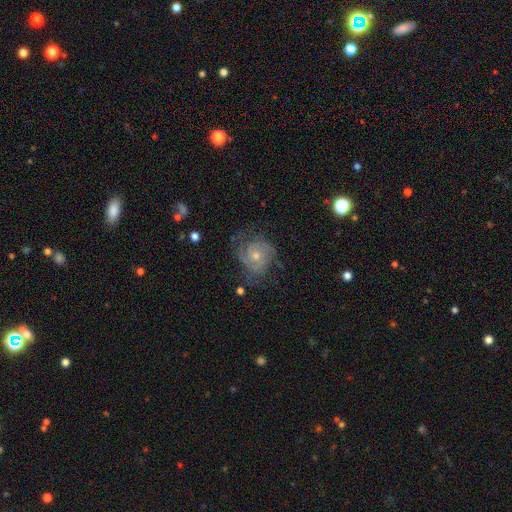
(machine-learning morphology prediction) This appears to be a featured or disk galaxy (78%) with no bar (78%), 2 (36%) tight (59%) spiral arms (93%) and a small central bulge (50%). Merging: none (66%).